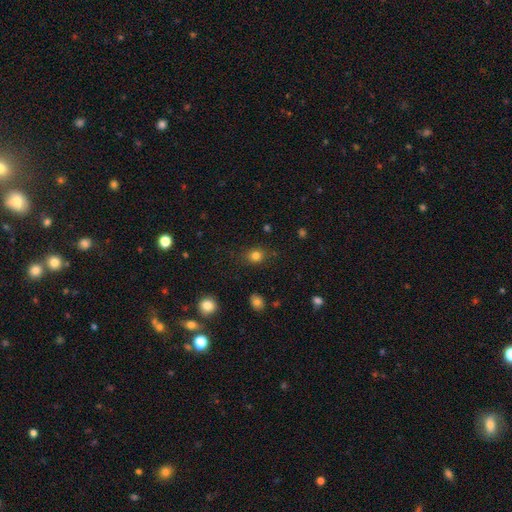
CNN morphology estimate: Smooth or featured? Predicted: smooth (p=0.81). How rounded? Predicted: round (p=0.68). Merging? Predicted: none (p=0.83).